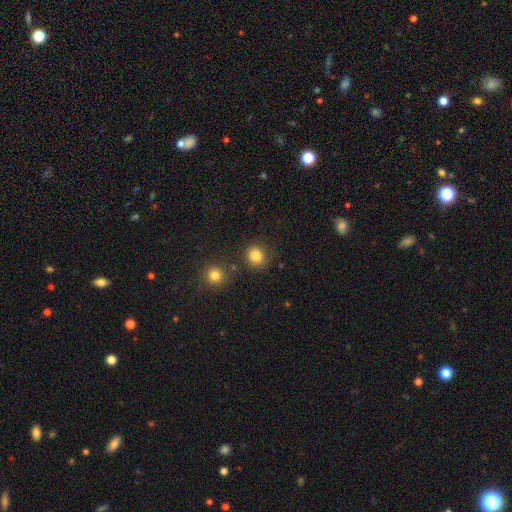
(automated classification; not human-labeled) This appears to be a smooth galaxy with no disk features (84%) that is round (82%). Merging: none (82%).